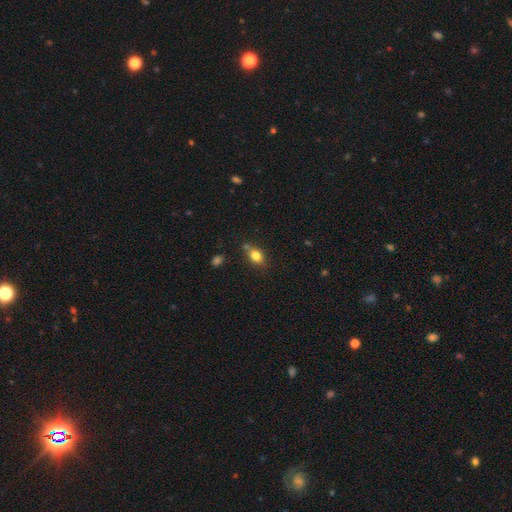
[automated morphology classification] type=smooth (80%); roundness=in between (69%); merging=none (64%).